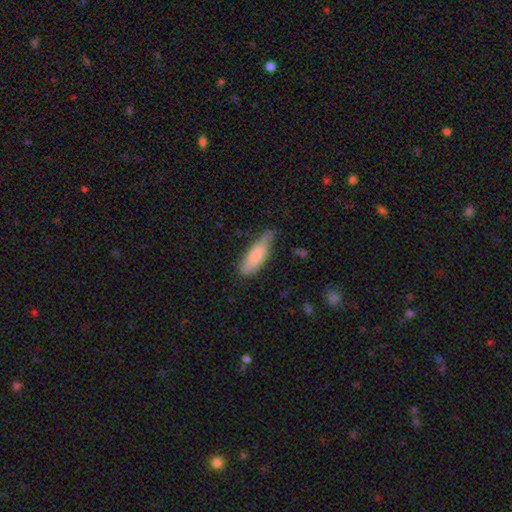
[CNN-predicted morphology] smooth 80%, featured or disk 14%, star or artifact 6%. Down the decision tree: how rounded — cigar-shaped (52%); merging — none (56%).